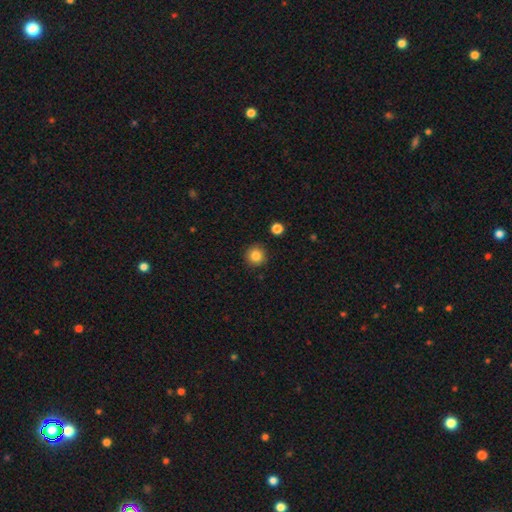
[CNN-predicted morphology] type=smooth (84%); roundness=round (95%); merging=none (91%).